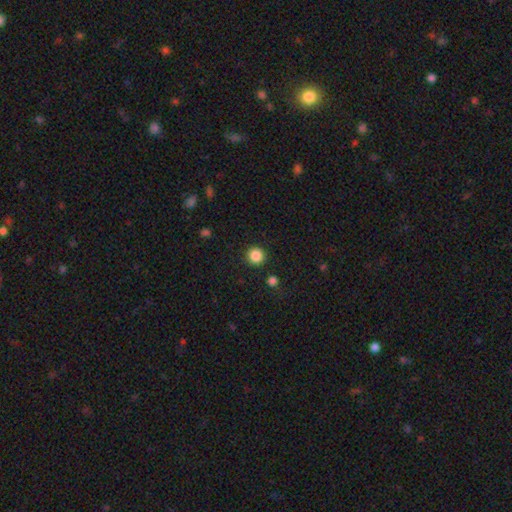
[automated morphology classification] This is clearly a smooth galaxy (86%). How rounded: clearly round (95%). Merging: clearly none (91%).